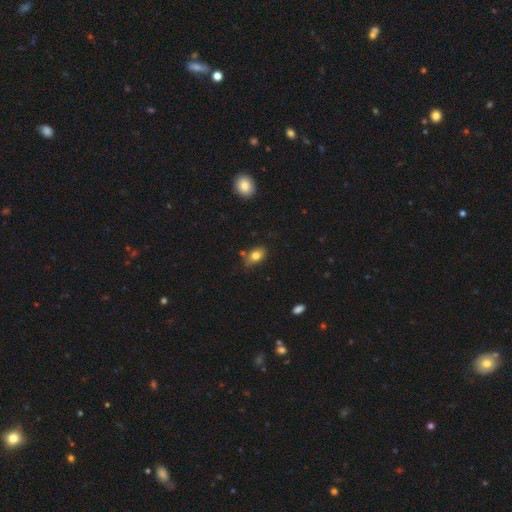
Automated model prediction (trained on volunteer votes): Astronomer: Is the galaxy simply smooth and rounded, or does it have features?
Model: smooth — 79%.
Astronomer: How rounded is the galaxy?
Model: in between — 83%.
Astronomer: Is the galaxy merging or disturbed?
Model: none — 69%.